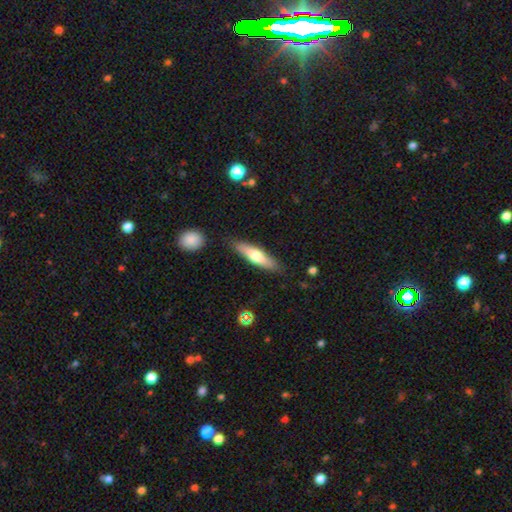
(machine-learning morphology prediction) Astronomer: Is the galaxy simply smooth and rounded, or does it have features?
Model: smooth — 60%.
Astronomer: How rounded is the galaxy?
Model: cigar-shaped — 69%.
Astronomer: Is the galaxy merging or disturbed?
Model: none — 84%.